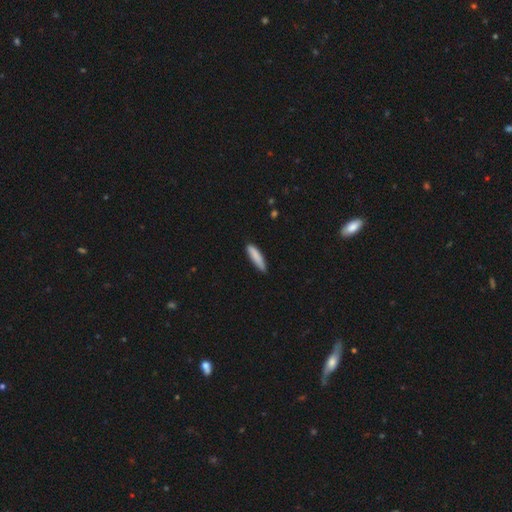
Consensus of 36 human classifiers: Volunteers were most divided on "merging": none: 89%, minor disturbance: 8%, major disturbance: 3%, merger: 0%. More confident: smooth or featured — smooth (94%); how rounded — cigar-shaped (91%).